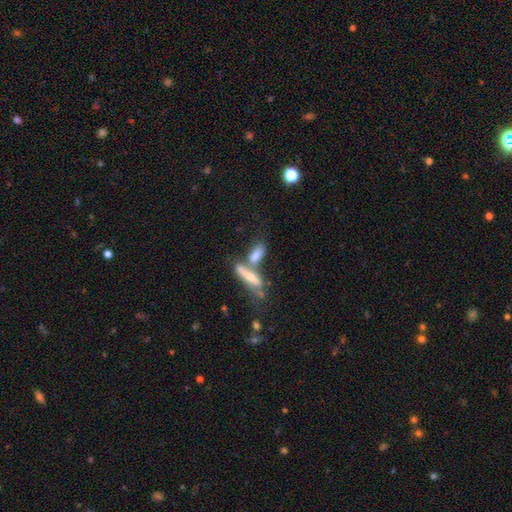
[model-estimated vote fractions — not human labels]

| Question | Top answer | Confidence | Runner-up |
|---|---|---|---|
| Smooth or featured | smooth | 66% | featured or disk (25%) |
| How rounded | in between | 52% | cigar-shaped (44%) |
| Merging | merger | 52% | none (32%) |